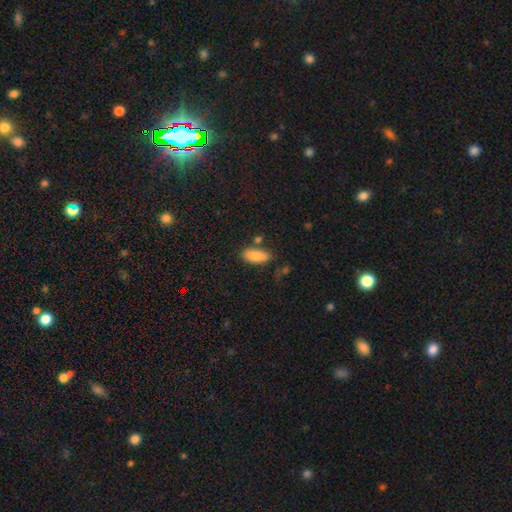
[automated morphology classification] Smooth or featured?
  - smooth: 85% *
  - featured or disk: 8%
  - star or artifact: 7%
How rounded?
  - in between: 87% *
  - cigar-shaped: 10%
  - round: 2%
Merging?
  - none: 71% *
  - minor disturbance: 16%
  - merger: 9%
  - major disturbance: 4%